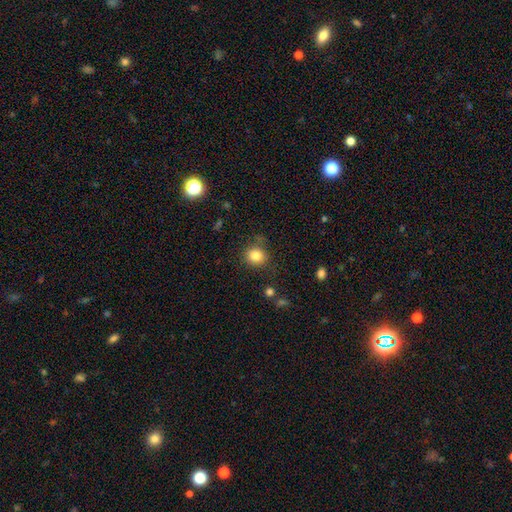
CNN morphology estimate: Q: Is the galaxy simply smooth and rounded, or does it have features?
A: smooth — 83%.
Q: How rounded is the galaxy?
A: round — 83%.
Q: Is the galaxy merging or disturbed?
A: none — 81%.